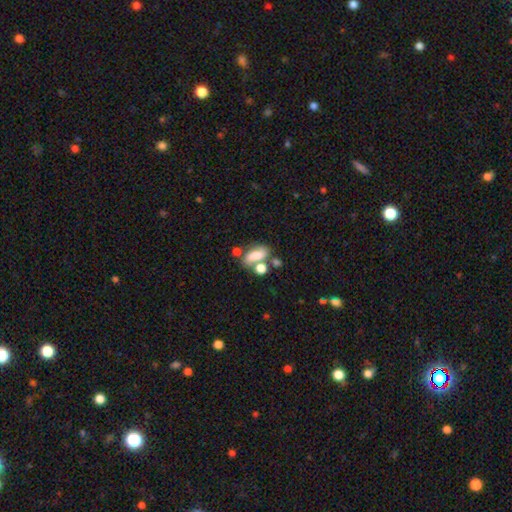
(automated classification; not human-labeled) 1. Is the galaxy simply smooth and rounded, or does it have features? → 71% smooth, 19% featured or disk, 10% star or artifact.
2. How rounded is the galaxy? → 81% in between, 10% round, 9% cigar-shaped.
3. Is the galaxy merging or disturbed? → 40% none, 34% merger, 16% minor disturbance, 9% major disturbance.